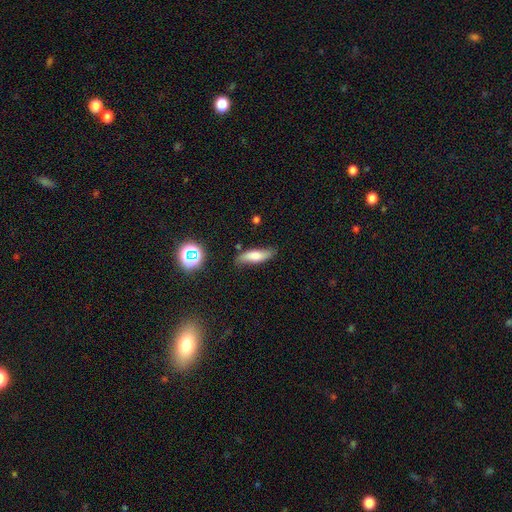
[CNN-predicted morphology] type=smooth (67%); roundness=cigar-shaped (51%); merging=none (75%).